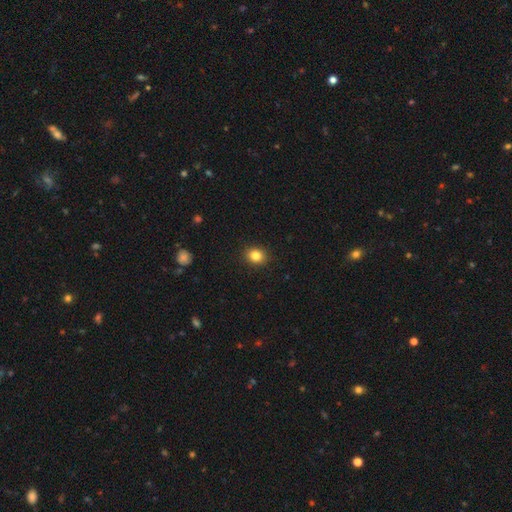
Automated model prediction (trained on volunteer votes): The model was most divided on "how rounded": round: 61%, in between: 38%, cigar-shaped: 1%. More confident: merging — none (90%); smooth or featured — smooth (84%).